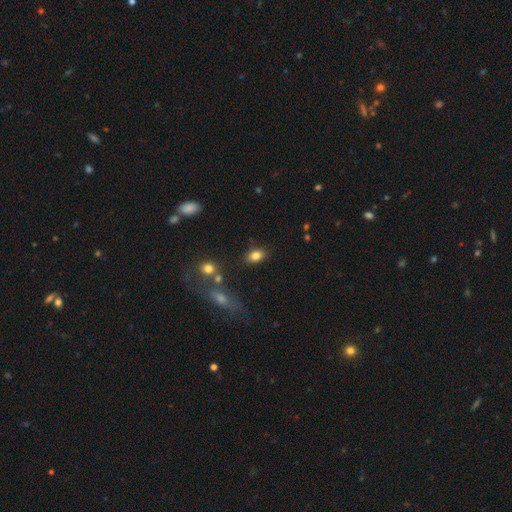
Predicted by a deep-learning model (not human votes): smooth_or_featured: smooth (p=0.82) [alt: star or artifact p=0.10]
how_rounded: in between (p=0.80) [alt: round p=0.18]
merging: none (p=0.81) [alt: minor disturbance p=0.12]